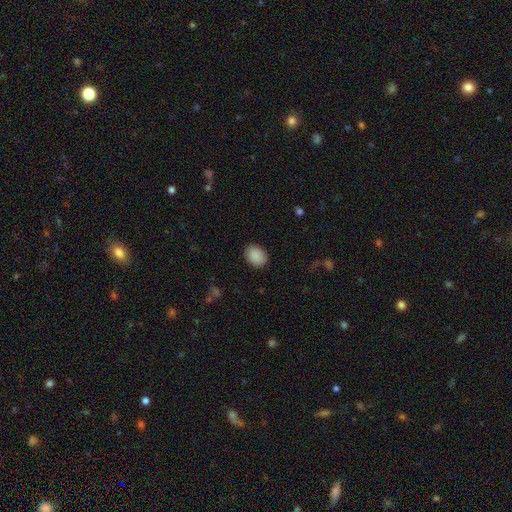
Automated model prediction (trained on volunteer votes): A smooth galaxy with no disk features (90%) that is in between round and cigar-shaped (69%).

Vote fractions:
- Smooth or featured? smooth: 90% / star or artifact: 7% / featured or disk: 3%
- How rounded? in between: 69% / round: 30% / cigar-shaped: 1%
- Merging? none: 88% / minor disturbance: 9% / major disturbance: 2% / merger: 1%